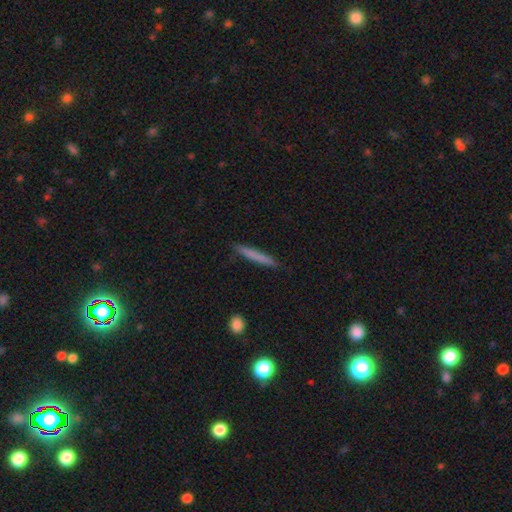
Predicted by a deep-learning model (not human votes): This is likely a smooth galaxy (72%). How rounded: clearly cigar-shaped (96%). Merging: clearly none (89%).